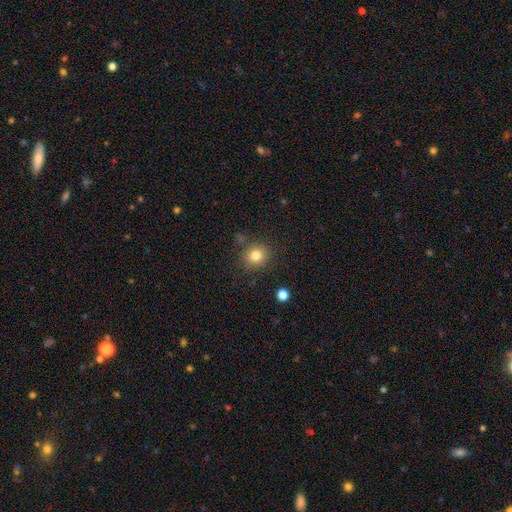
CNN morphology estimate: Q: Smooth or featured?
A: smooth (80%); runner-up: star or artifact (12%)
Q: How rounded?
A: round (85%); runner-up: in between (14%)
Q: Merging?
A: none (83%); runner-up: minor disturbance (10%)